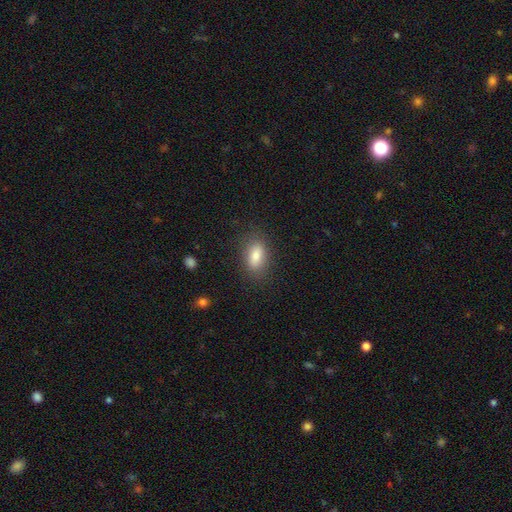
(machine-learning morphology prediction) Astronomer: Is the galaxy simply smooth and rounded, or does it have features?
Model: smooth — 82%.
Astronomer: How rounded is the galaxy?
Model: in between — 86%.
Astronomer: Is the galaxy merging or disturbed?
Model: none — 84%.